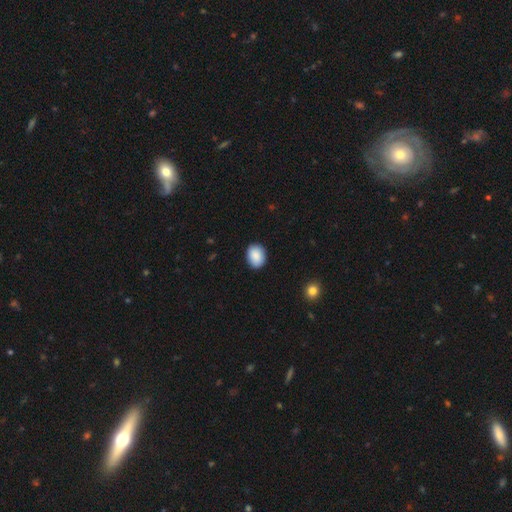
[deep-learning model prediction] This appears to be a smooth galaxy with no disk features (90%) that is in between round and cigar-shaped (62%). Merging: none (88%).